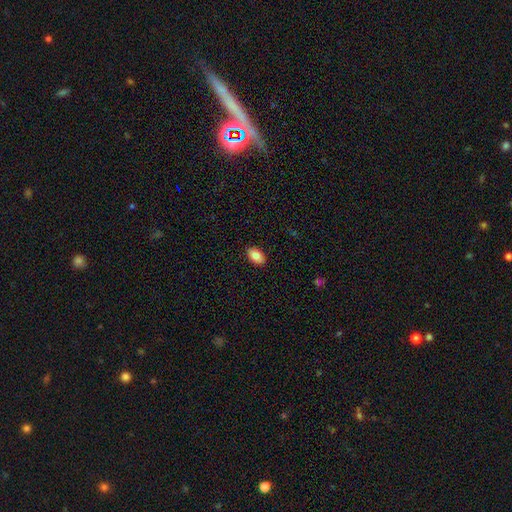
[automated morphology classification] Q: Smooth or featured?
A: smooth (87%); runner-up: star or artifact (7%)
Q: How rounded?
A: in between (92%); runner-up: round (6%)
Q: Merging?
A: none (89%); runner-up: minor disturbance (8%)